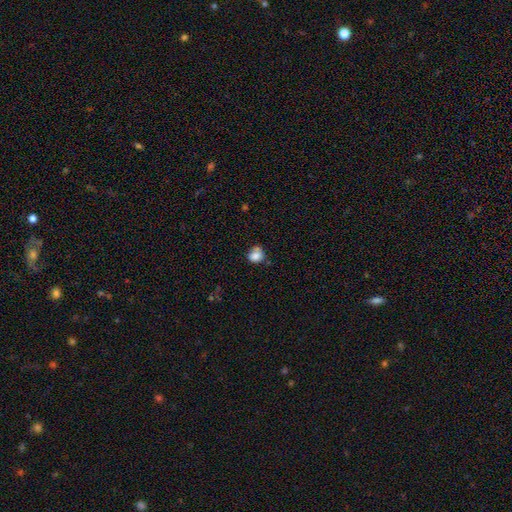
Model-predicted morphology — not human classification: A smooth galaxy with no disk features (81%) that is round (64%). Merging: none (51%).